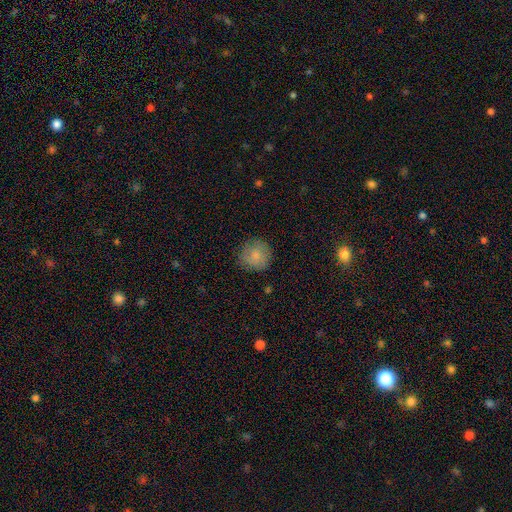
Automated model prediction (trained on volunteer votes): Smooth or featured: smooth — 81% (featured or disk — 12%)
How rounded: round — 92% (in between — 7%)
Merging: none — 81% (minor disturbance — 14%)